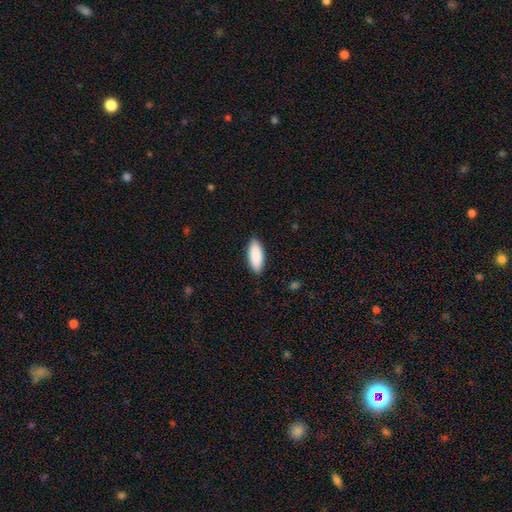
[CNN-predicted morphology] A smooth galaxy with no disk features (89%) that is in between round and cigar-shaped (79%). Merging: none (89%).